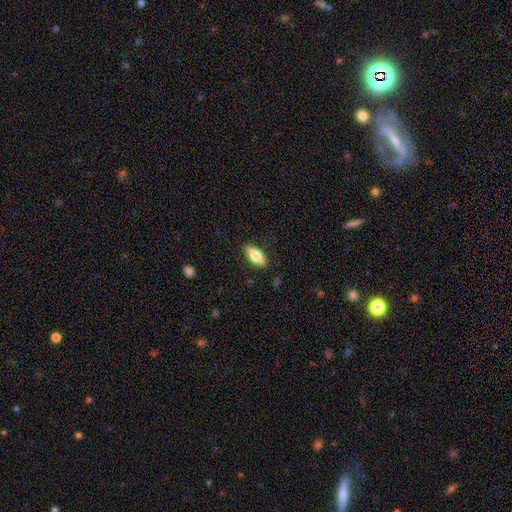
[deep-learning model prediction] This appears to be a smooth galaxy with no disk features (64%) that is in between round and cigar-shaped (65%). Merging: none (86%).